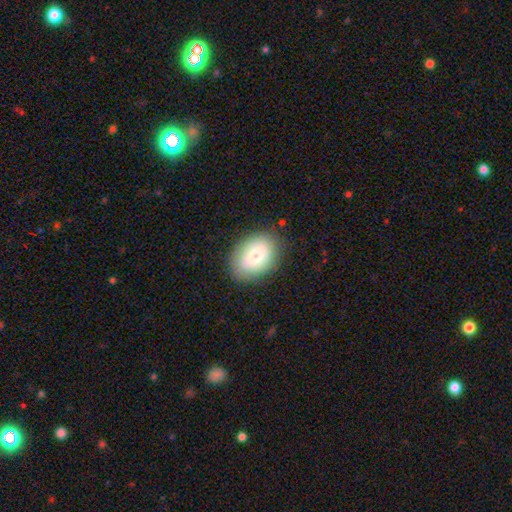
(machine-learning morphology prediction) Smooth or featured: smooth — 77% (featured or disk — 15%)
How rounded: in between — 78% (round — 21%)
Merging: none — 83% (minor disturbance — 13%)